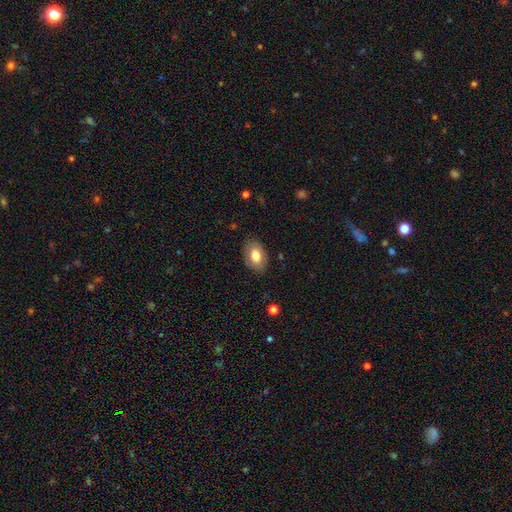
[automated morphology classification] This is likely a smooth galaxy (75%). How rounded: clearly in between (87%). Merging: clearly none (83%).